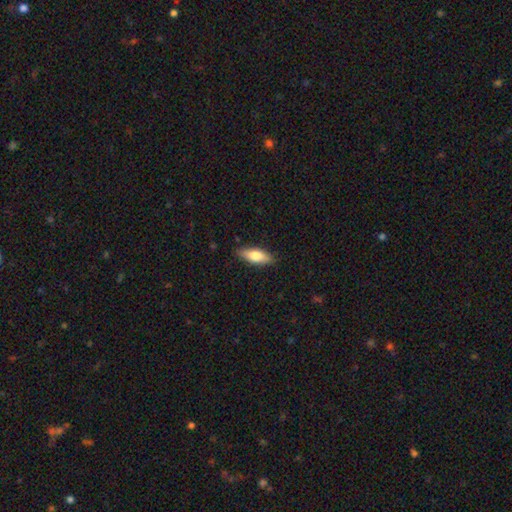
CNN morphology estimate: This appears to be a smooth galaxy with no disk features (75%) that is in between round and cigar-shaped (62%). Merging: none (87%).